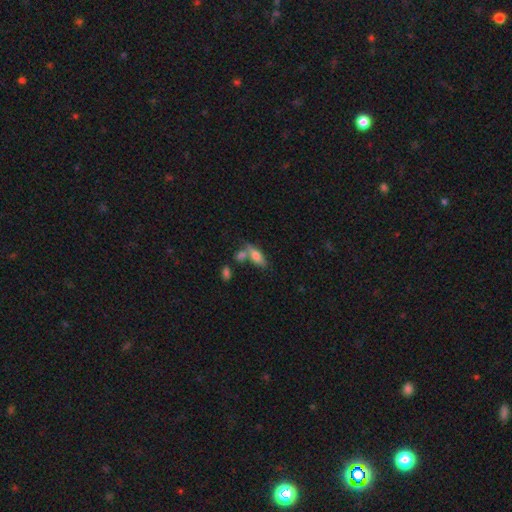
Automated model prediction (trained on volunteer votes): smooth_or_featured: smooth (p=0.67) [alt: featured or disk p=0.25]
how_rounded: in between (p=0.66) [alt: cigar-shaped p=0.30]
merging: none (p=0.50) [alt: merger p=0.28]